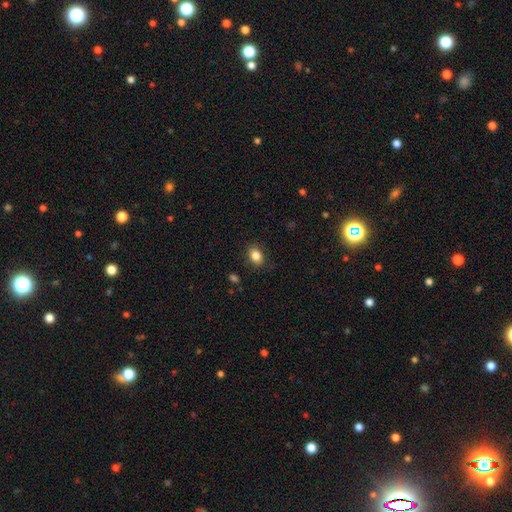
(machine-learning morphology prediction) Smooth or featured? Predicted: smooth (p=0.84). How rounded? Predicted: in between (p=0.70). Merging? Predicted: none (p=0.85).